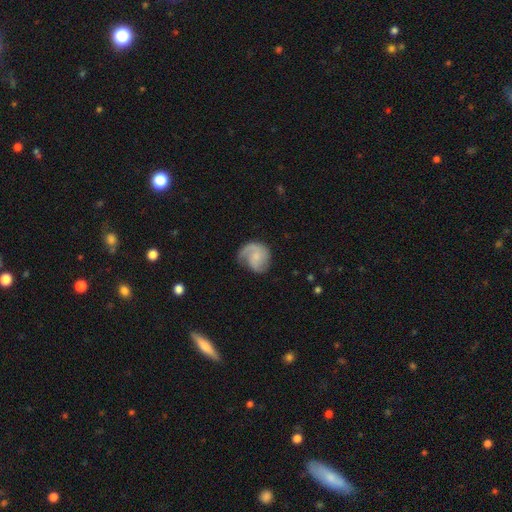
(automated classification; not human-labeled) Smooth or featured: featured or disk — 67% (smooth — 27%)
Edge-on disk: no — 98% (yes — 2%)
Bar: no — 66% (weak — 30%)
Spiral arms: yes — 92% (no — 8%)
Spiral winding: medium — 43% (tight — 31%)
Spiral arm count: 2 — 42% (1 — 41%)
Bulge size: small — 52% (moderate — 23%)
Merging: none — 58% (minor disturbance — 24%)